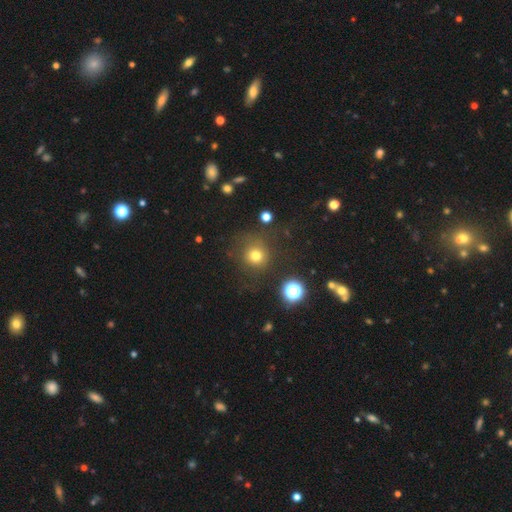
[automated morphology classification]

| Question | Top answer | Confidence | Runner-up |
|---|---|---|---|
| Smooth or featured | smooth | 74% | star or artifact (18%) |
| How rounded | round | 92% | in between (7%) |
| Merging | none | 76% | minor disturbance (12%) |